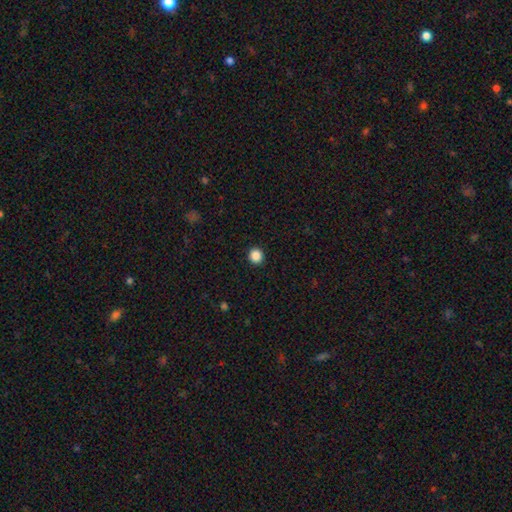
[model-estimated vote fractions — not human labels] A smooth galaxy with no disk features (87%) that is round (91%). Merging: none (93%).